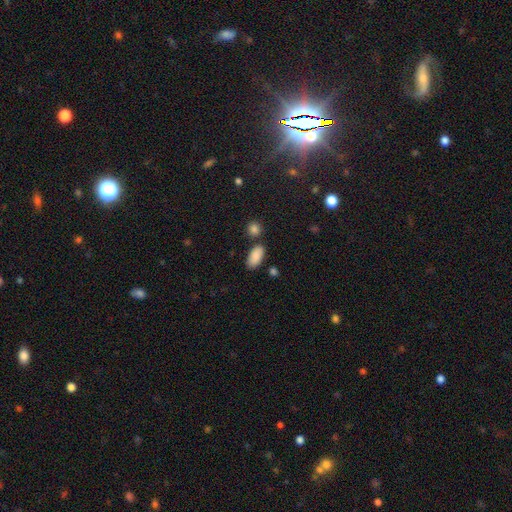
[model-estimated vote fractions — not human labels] A smooth galaxy with no disk features (89%) that is in between round and cigar-shaped (91%). Merging: none (77%).